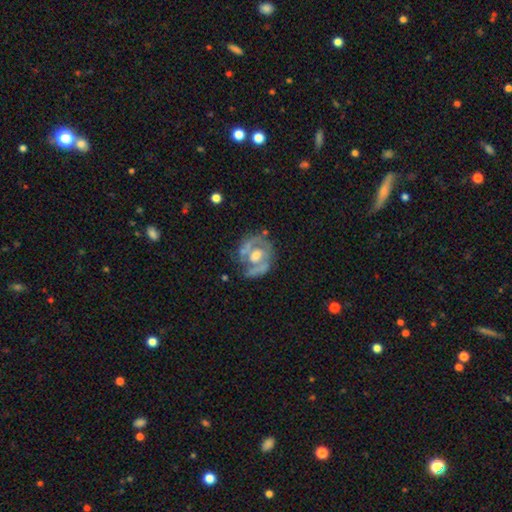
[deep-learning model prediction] This is likely a featured or disk galaxy (79%). It is clearly not viewed edge-on (97%). Bar: possibly no (48%). Spiral arm pattern: likely yes (77%). Spiral arm count: likely 2 (64%). Spiral winding: marginally tight (43%). Central bulge: likely moderate (64%). Merging: likely none (62%).